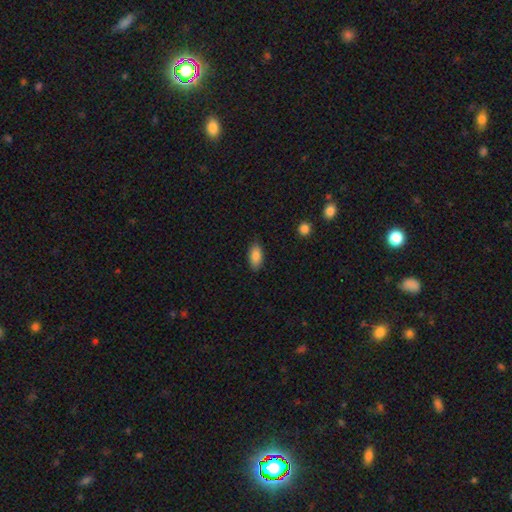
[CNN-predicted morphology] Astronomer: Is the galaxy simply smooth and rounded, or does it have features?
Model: smooth — 87%.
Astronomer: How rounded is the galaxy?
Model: in between — 90%.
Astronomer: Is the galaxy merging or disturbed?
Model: none — 85%.